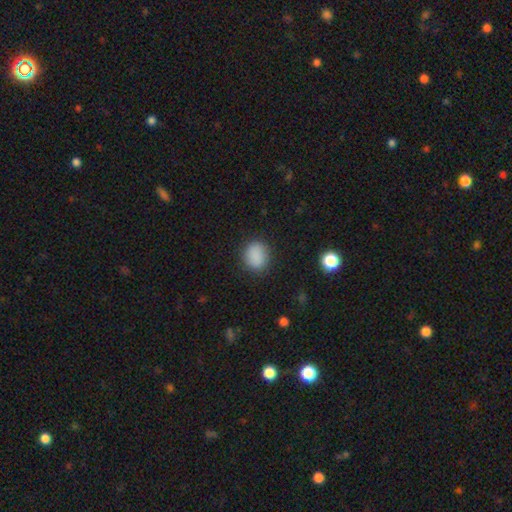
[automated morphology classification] The model was most divided on "how rounded": round: 58%, in between: 41%, cigar-shaped: 1%. More confident: smooth or featured — smooth (87%); merging — none (85%).